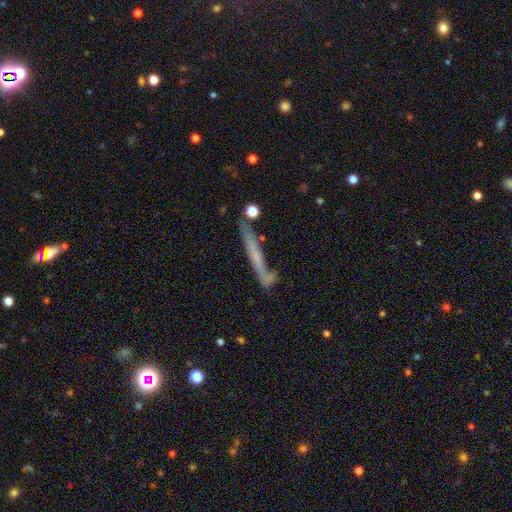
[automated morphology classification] smooth 46%, featured or disk 44%, star or artifact 9%. Down the decision tree: merging — none (63%).